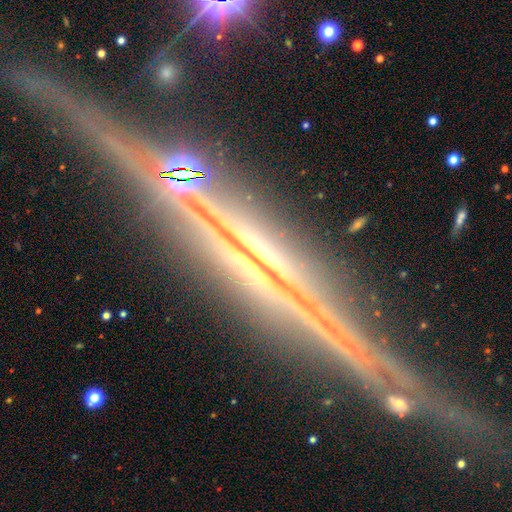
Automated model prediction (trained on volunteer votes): Morphology: type=featured or disk (81%); edge-on=yes (96%); edge-on bulge=rounded (35%, tied with none); merging=none (81%).